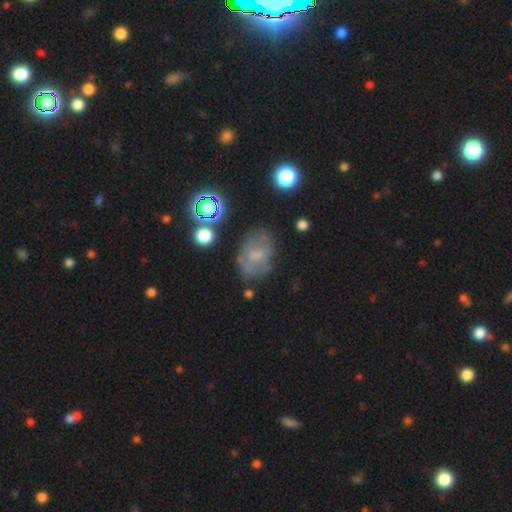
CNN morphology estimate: Q: Smooth or featured?
A: smooth (46%); runner-up: featured or disk (39%)
Q: Merging?
A: none (61%); runner-up: minor disturbance (23%)